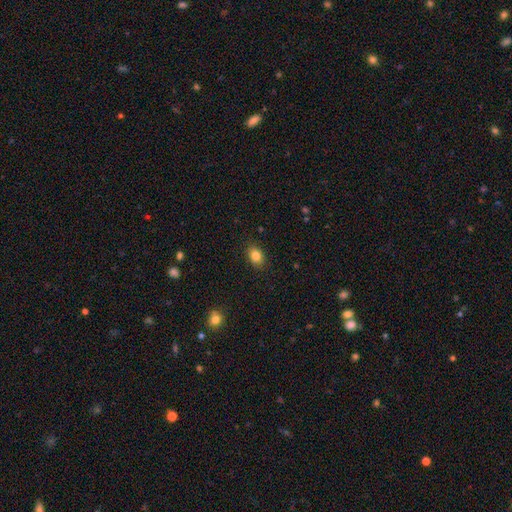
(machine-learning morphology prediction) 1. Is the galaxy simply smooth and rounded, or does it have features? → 84% smooth, 10% star or artifact, 6% featured or disk.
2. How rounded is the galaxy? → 71% in between, 28% round, 1% cigar-shaped.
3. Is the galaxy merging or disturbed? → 87% none, 9% minor disturbance, 2% major disturbance, 1% merger.